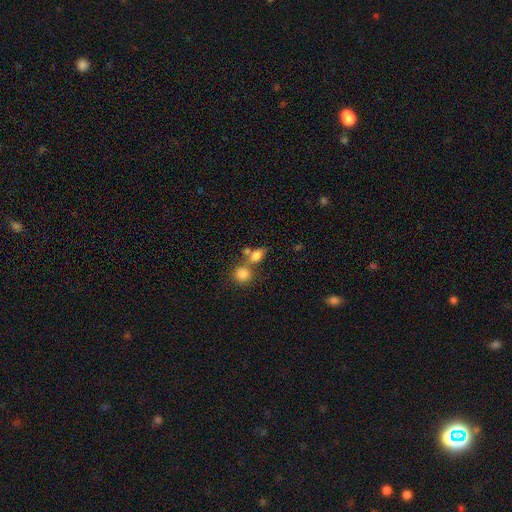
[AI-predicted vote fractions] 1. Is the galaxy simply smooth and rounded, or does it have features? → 78% smooth, 11% star or artifact, 11% featured or disk.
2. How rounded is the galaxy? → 64% in between, 33% round, 3% cigar-shaped.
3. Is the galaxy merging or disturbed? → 42% none, 39% merger, 12% minor disturbance, 6% major disturbance.